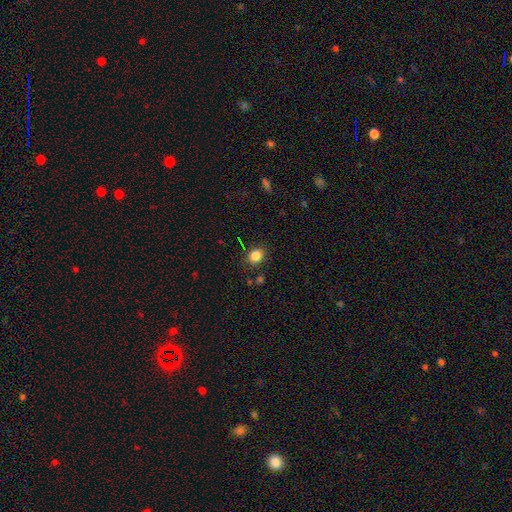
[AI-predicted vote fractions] smooth 84%, star or artifact 11%, featured or disk 5%. Down the decision tree: how rounded — round (56%); merging — none (82%).